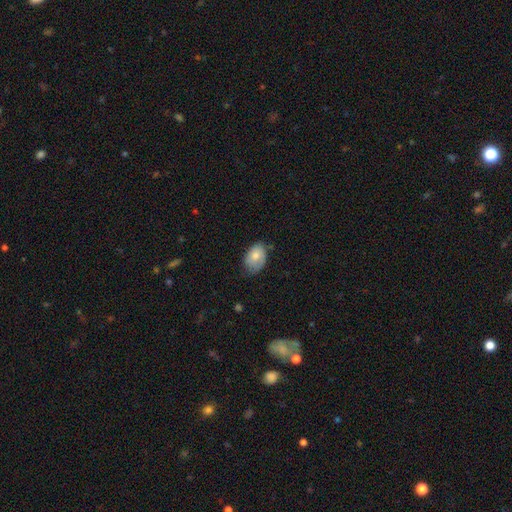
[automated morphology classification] smooth 71%, featured or disk 22%, star or artifact 7%. Down the decision tree: how rounded — in between (83%); merging — none (57%).